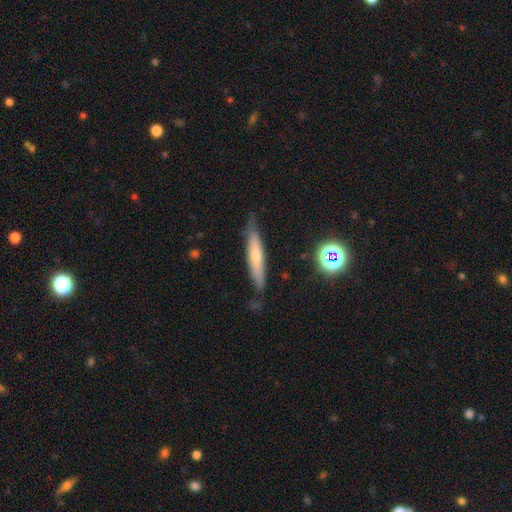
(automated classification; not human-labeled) Smooth or featured? Predicted: featured or disk (p=0.53). Edge-on disk? Predicted: yes (p=0.87). Merging? Predicted: none (p=0.82).